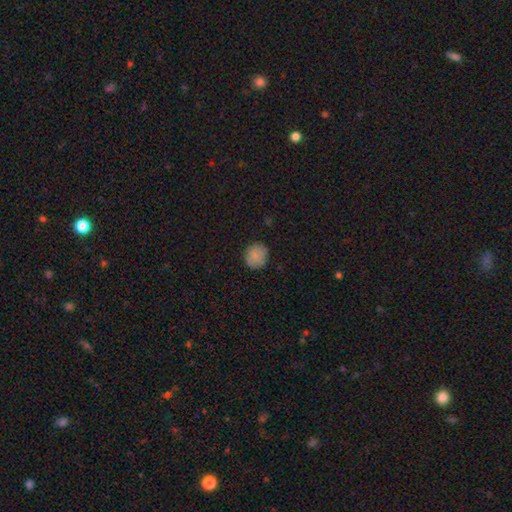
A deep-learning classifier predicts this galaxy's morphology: smooth-or-featured: smooth: 85% | star or artifact: 9% | featured or disk: 6%
  how-rounded: round: 85% | in between: 14% | cigar-shaped: 1%
  merging: none: 86% | minor disturbance: 11% | major disturbance: 2% | merger: 1%